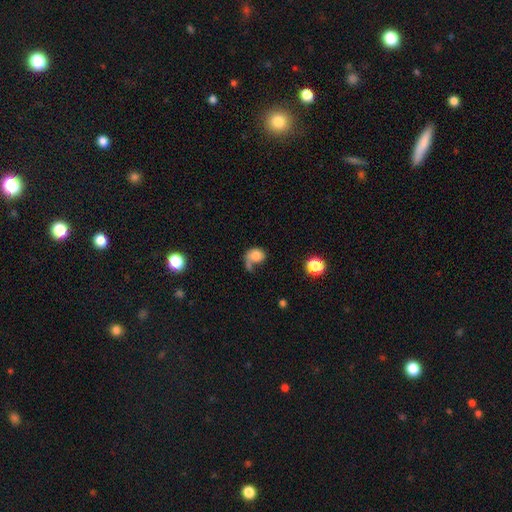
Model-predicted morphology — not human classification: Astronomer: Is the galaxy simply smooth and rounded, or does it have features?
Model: smooth — 63%.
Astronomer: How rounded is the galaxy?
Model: round — 53% (runner-up: in between, 45%).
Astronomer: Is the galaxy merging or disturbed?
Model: major disturbance — 35% (runner-up: none, 28%).